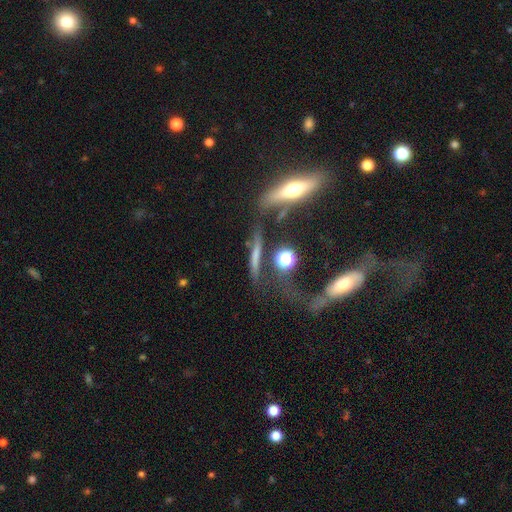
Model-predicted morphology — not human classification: Smooth or featured: smooth — 46% (featured or disk — 40%)
Merging: none — 50% (minor disturbance — 19%)